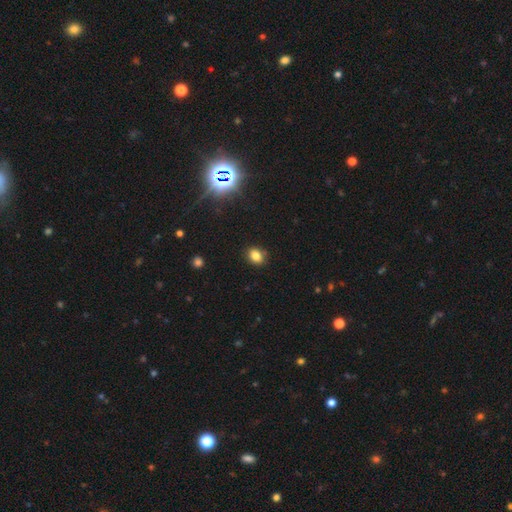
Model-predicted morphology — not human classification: Smooth or featured?
  - smooth: 81% *
  - star or artifact: 13%
  - featured or disk: 6%
How rounded?
  - in between: 54% *
  - round: 45%
  - cigar-shaped: 1%
Merging?
  - none: 86% *
  - minor disturbance: 10%
  - major disturbance: 2%
  - merger: 2%